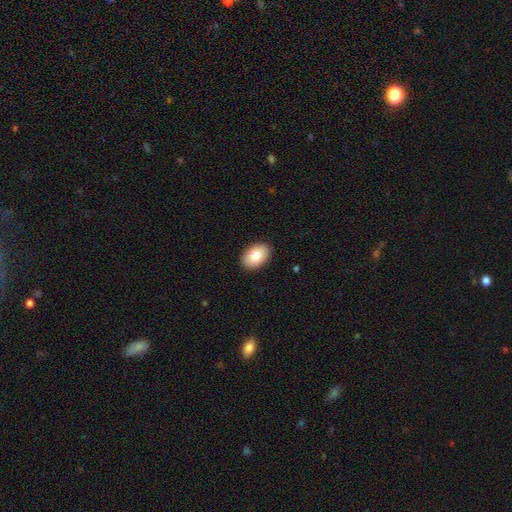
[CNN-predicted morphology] Smooth or featured?
  - smooth: 83% *
  - featured or disk: 10%
  - star or artifact: 7%
How rounded?
  - in between: 86% *
  - round: 13%
  - cigar-shaped: 1%
Merging?
  - none: 90% *
  - minor disturbance: 7%
  - major disturbance: 2%
  - merger: 1%